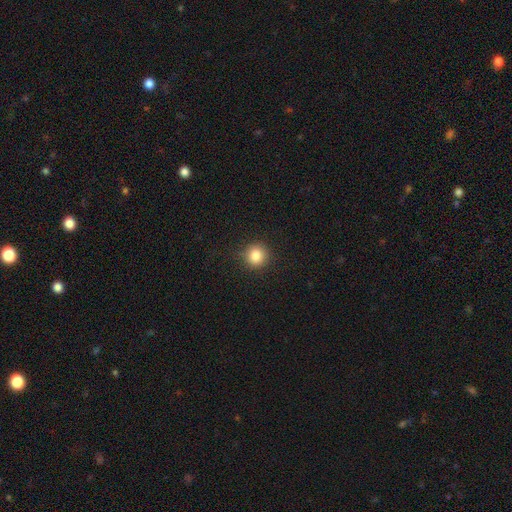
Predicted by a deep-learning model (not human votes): Smooth or featured: smooth — 84% (star or artifact — 11%)
How rounded: round — 92% (in between — 7%)
Merging: none — 89% (minor disturbance — 7%)